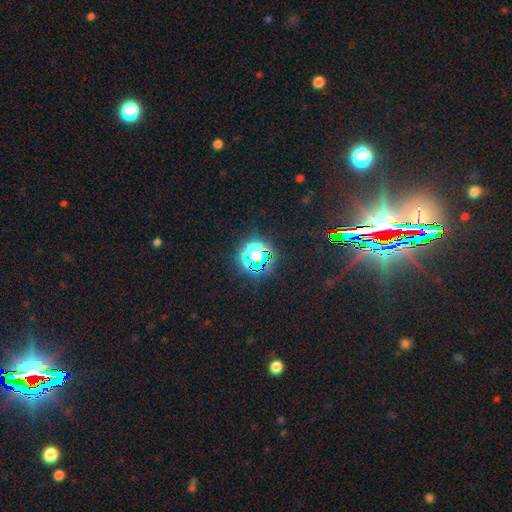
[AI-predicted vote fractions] star or artifact 63%, smooth 26%, featured or disk 10%.